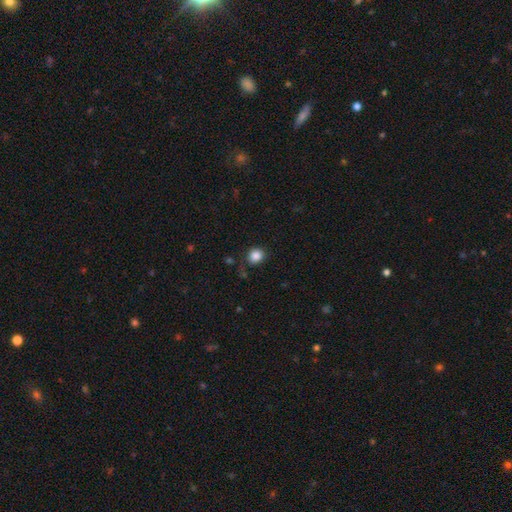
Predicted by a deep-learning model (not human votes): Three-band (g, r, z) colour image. It shows a smooth galaxy with no disk features (86%) that is round (80%). Merging: none (81%).